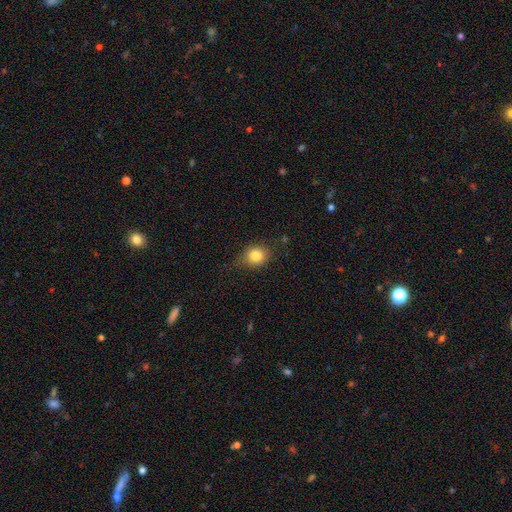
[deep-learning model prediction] Smooth or featured: smooth — 82% (star or artifact — 10%)
How rounded: round — 65% (in between — 34%)
Merging: none — 70% (minor disturbance — 22%)